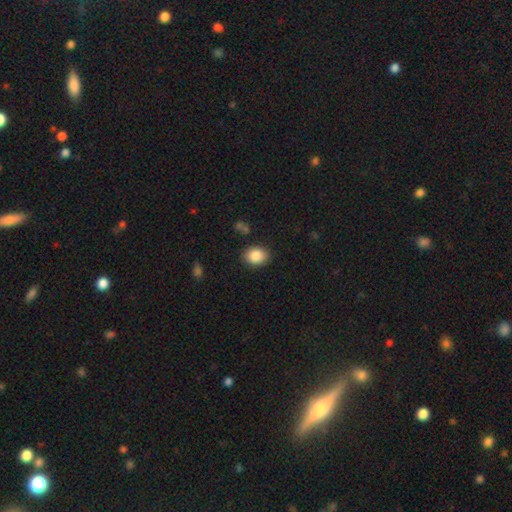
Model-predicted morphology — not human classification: The model was most divided on "how rounded": in between: 64%, round: 35%, cigar-shaped: 1%. More confident: smooth or featured — smooth (86%); merging — none (86%).